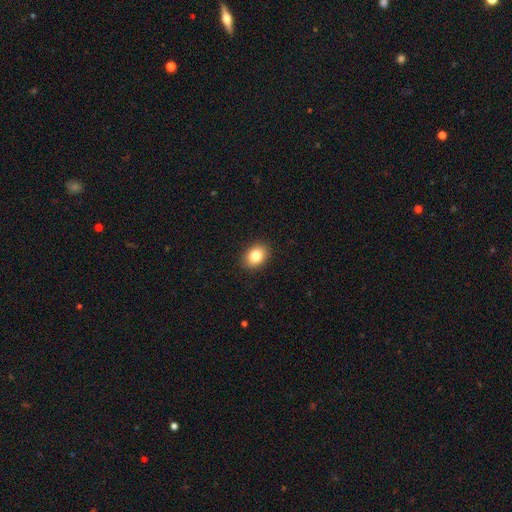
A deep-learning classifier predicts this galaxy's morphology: A smooth galaxy with no disk features (82%) that is in between round and cigar-shaped (63%).

Vote fractions:
- Smooth or featured? smooth: 82% / star or artifact: 10% / featured or disk: 8%
- How rounded? in between: 63% / round: 36% / cigar-shaped: 1%
- Merging? none: 90% / minor disturbance: 7% / major disturbance: 2% / merger: 1%